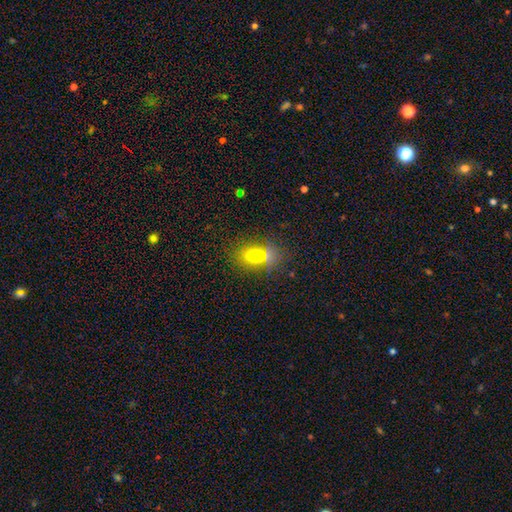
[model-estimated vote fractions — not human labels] Smooth or featured? Predicted: smooth (p=0.68). How rounded? Predicted: in between (p=0.77). Merging? Predicted: none (p=0.72).